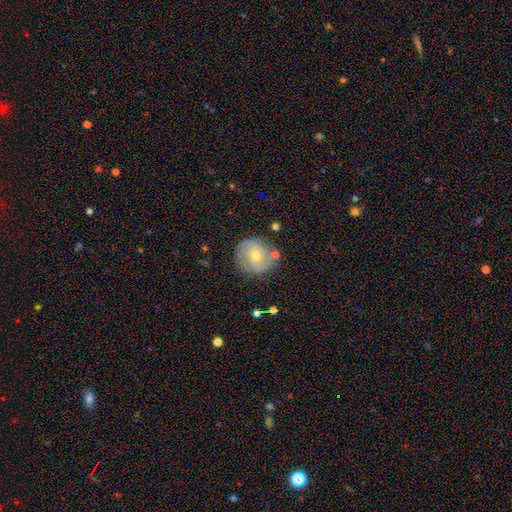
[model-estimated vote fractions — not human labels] A featured or disk galaxy (66%) with no bar (74%), spiral arms (77%) and a moderate central bulge (62%).

Vote fractions:
- Smooth or featured? featured or disk: 66% / smooth: 26% / star or artifact: 8%
- Edge-on disk? no: 97% / yes: 3%
- Bar? no: 74% / weak: 21% / strong: 5%
- Spiral arms? yes: 77% / no: 23%
- Bulge size? moderate: 62% / small: 34% / large: 2% / none: 1% / dominant: 1%
- Merging? none: 76% / minor disturbance: 15% / major disturbance: 5% / merger: 4%